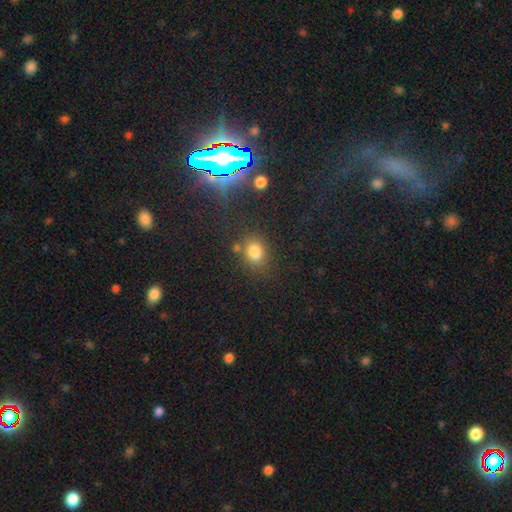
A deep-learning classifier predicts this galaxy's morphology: Smooth or featured? Predicted: smooth (p=0.67). How rounded? Predicted: in between (p=0.58). Merging? Predicted: none (p=0.79).